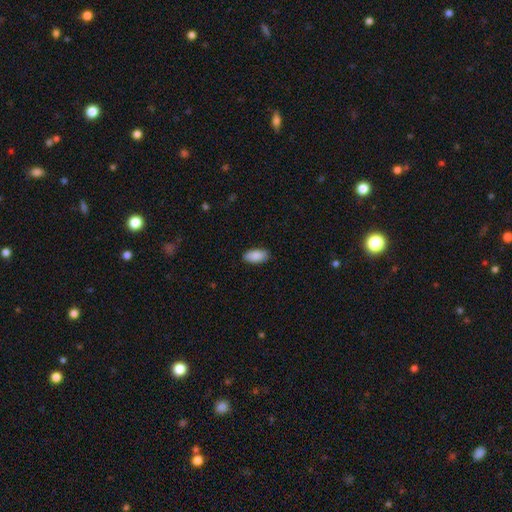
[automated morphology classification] Smooth or featured? Predicted: smooth (p=0.90). How rounded? Predicted: in between (p=0.94). Merging? Predicted: none (p=0.87).